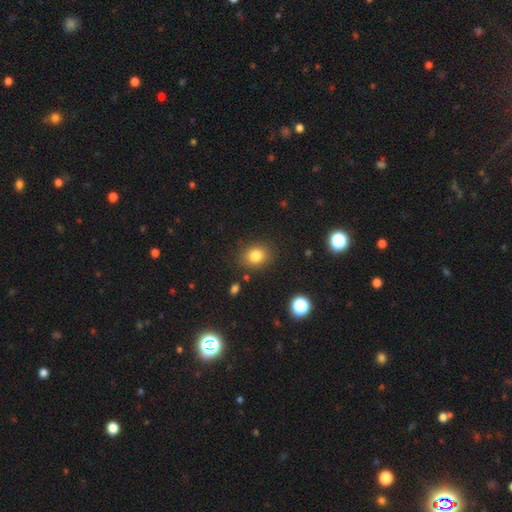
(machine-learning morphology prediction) This is clearly a smooth galaxy (81%). How rounded: possibly round (57%). Merging: clearly none (85%).